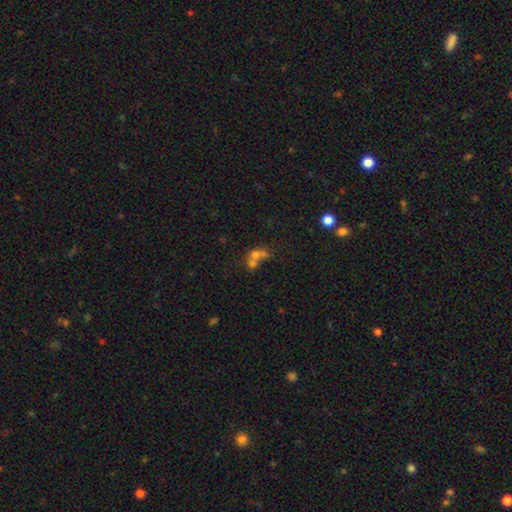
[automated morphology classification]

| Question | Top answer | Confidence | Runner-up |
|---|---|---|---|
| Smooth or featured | smooth | 52% | featured or disk (25%) |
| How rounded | round | 67% | in between (31%) |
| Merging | merger | 60% | none (28%) |